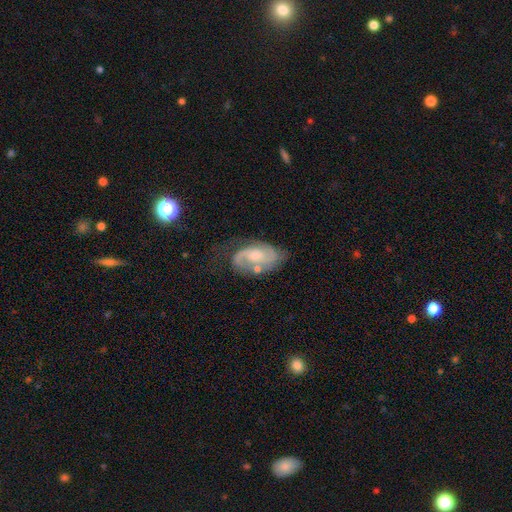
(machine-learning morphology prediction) smooth-or-featured: featured or disk: 78% | smooth: 16% | star or artifact: 7%
  disk-edge-on: no: 97% | yes: 3%
    bar: no: 59% | weak: 36% | strong: 6%
    has-spiral-arms: yes: 92% | no: 8%
      spiral-winding: medium: 47% | tight: 31% | loose: 22%
      spiral-arm-count: 2: 65% | can't tell: 15% | 1: 11% | 3: 5% | 4: 2% | more than 4: 2%
    bulge-size: small: 48% | moderate: 41% | none: 7% | large: 3% | dominant: 1%
  merging: none: 52% | minor disturbance: 25% | major disturbance: 15% | merger: 8%